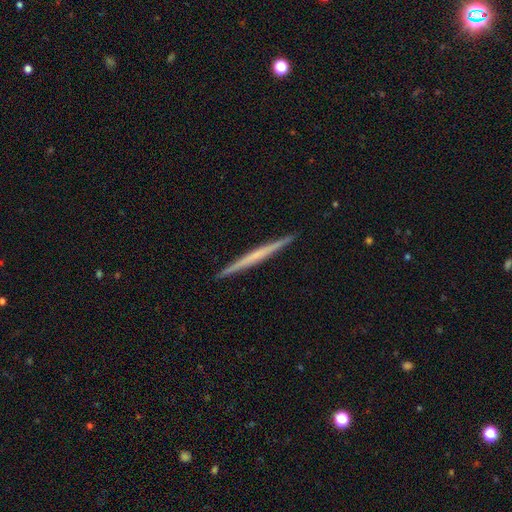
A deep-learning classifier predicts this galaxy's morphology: A featured or disk galaxy (58%) viewed edge-on (98%) with no central bulge (84%). Merging: none (93%).